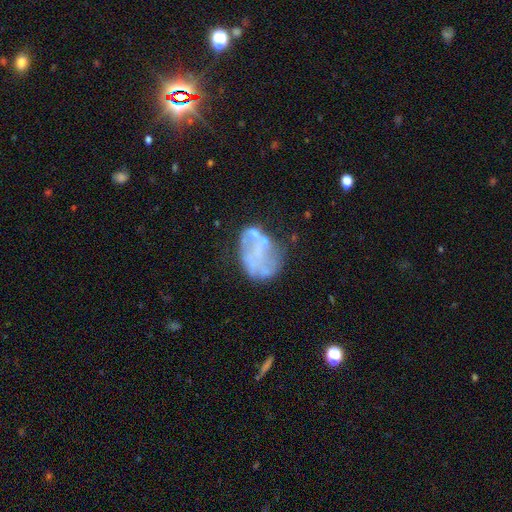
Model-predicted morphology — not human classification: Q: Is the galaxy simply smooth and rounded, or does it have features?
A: featured or disk — 57%.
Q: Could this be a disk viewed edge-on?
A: no — 98%.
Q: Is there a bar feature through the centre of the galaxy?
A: no — 86%.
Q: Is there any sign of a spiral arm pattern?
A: no — 84%.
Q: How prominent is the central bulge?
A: none — 74%.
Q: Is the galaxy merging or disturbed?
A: none — 46%.